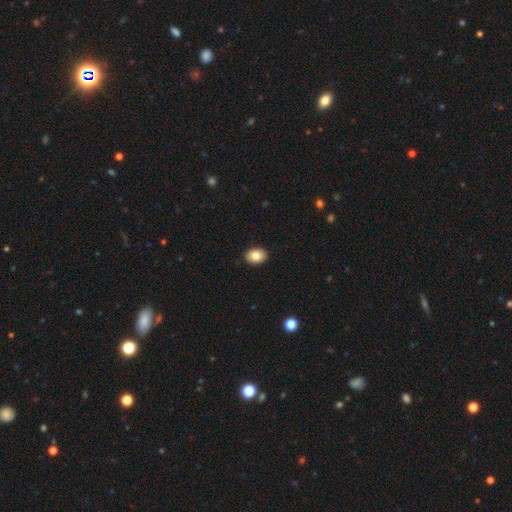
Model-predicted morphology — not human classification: type=smooth (84%); roundness=in between (72%); merging=none (91%).